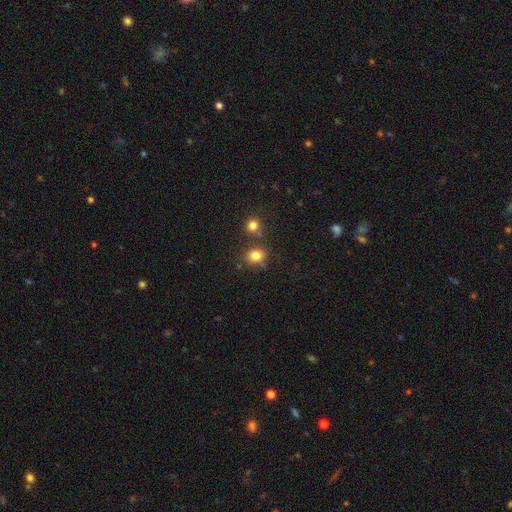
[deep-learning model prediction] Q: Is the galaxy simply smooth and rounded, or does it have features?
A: smooth — 80%.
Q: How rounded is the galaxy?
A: round — 69%.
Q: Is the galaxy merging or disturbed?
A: none — 69%.